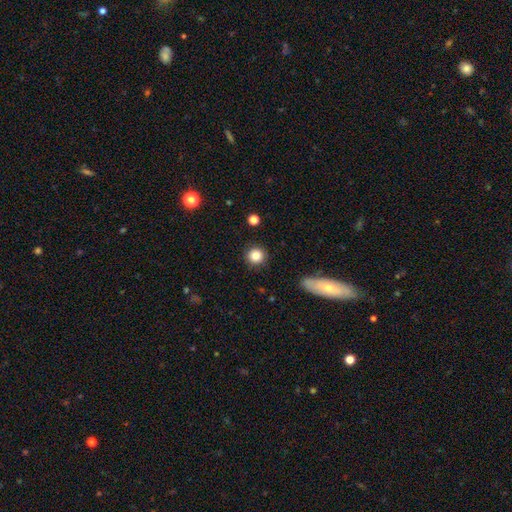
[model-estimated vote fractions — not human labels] Smooth or featured?
  - smooth: 84% *
  - star or artifact: 10%
  - featured or disk: 5%
How rounded?
  - round: 94% *
  - in between: 5%
  - cigar-shaped: 1%
Merging?
  - none: 90% *
  - minor disturbance: 6%
  - major disturbance: 2%
  - merger: 1%